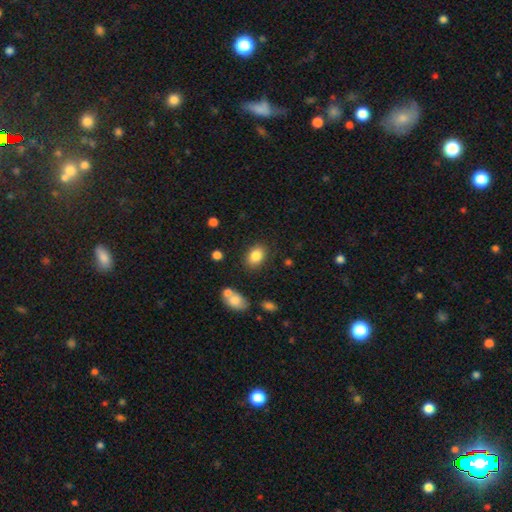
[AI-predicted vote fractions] Smooth or featured? Predicted: smooth (p=0.84). How rounded? Predicted: in between (p=0.71). Merging? Predicted: none (p=0.81).